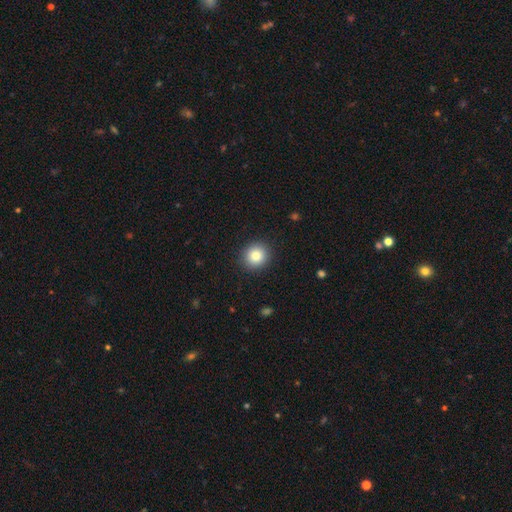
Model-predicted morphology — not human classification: smooth 85%, star or artifact 9%, featured or disk 6%. Down the decision tree: how rounded — round (87%); merging — none (91%).